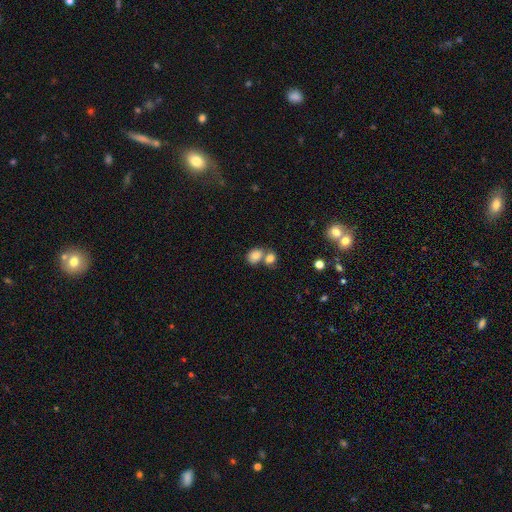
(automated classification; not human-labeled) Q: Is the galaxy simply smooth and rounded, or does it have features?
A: smooth — 82%.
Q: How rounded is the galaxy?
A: in between — 54%.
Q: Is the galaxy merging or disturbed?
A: merger — 53%.